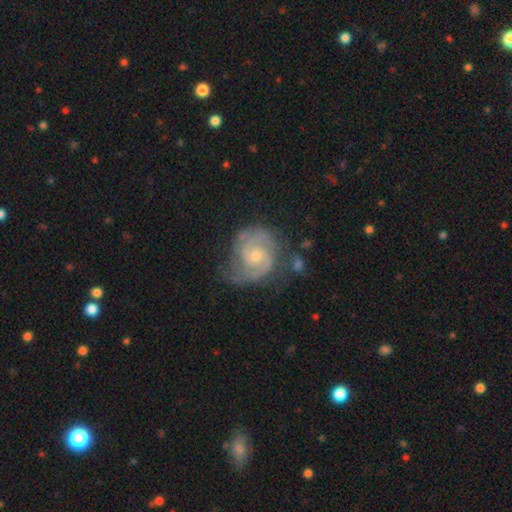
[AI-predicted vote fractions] The model was most divided on "spiral winding": tight: 48%, medium: 45%, loose: 7%. More confident: edge-on disk — no (98%); spiral arms — yes (98%); smooth or featured — featured or disk (89%); spiral arm count — 2 (80%); merging — none (67%); bar — no (61%); bulge size — small (59%).